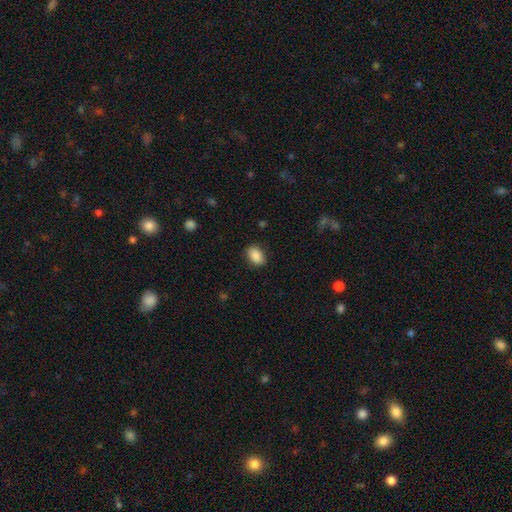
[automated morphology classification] Smooth or featured? smooth (88%)
How rounded? in between (83%)
Merging? none (85%)